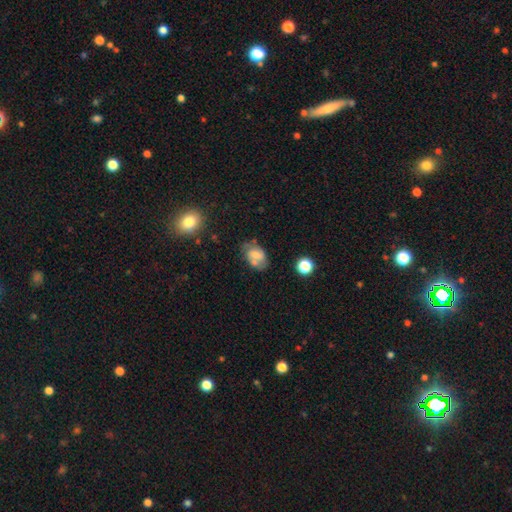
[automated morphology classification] smooth_or_featured: smooth (p=0.56) [alt: featured or disk p=0.34]
how_rounded: in between (p=0.83) [alt: round p=0.15]
merging: none (p=0.51) [alt: minor disturbance p=0.23]